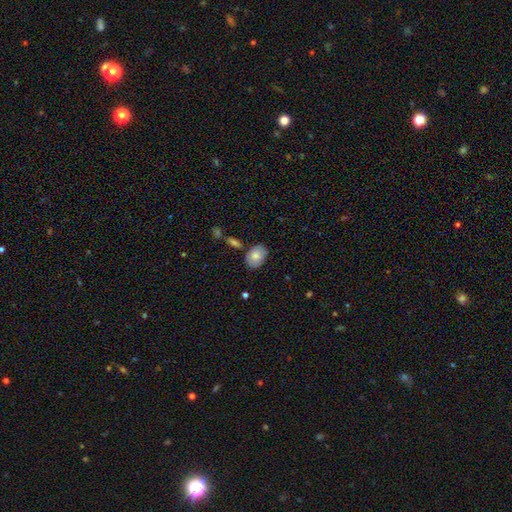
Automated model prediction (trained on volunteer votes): This appears to be a smooth galaxy with no disk features (79%) that is in between round and cigar-shaped (80%). Merging: none (77%).